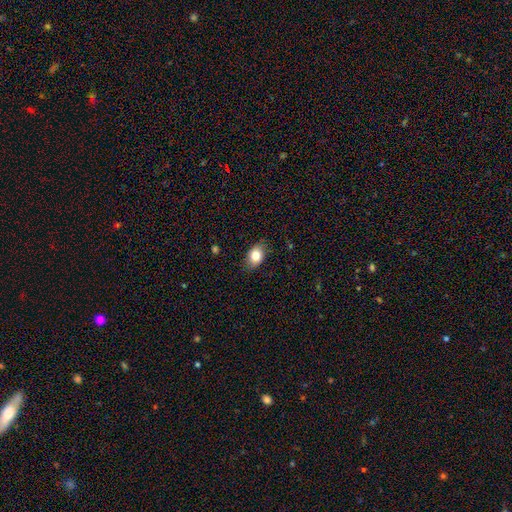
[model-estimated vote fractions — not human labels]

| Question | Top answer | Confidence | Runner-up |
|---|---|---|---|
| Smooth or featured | smooth | 81% | featured or disk (11%) |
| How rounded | in between | 78% | round (20%) |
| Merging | none | 80% | minor disturbance (16%) |